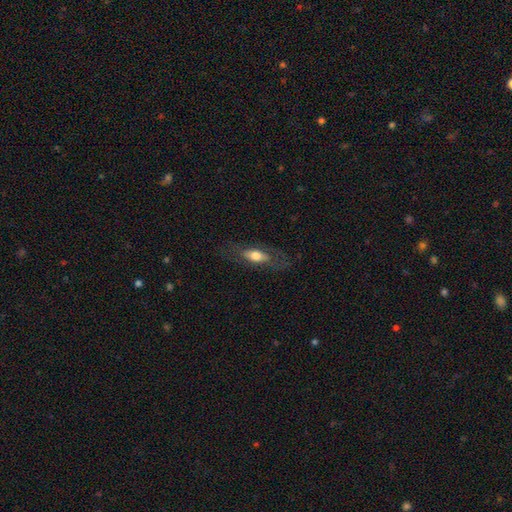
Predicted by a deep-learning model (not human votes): Smooth or featured? smooth (56%)
How rounded? in between (67%)
Merging? none (68%)